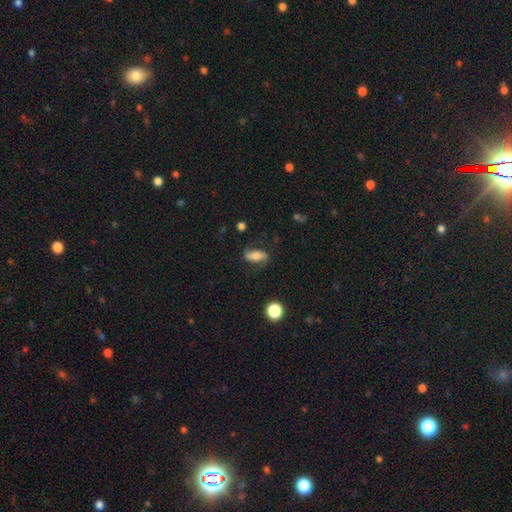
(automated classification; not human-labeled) This is possibly a smooth galaxy (50%). How rounded: likely in between (78%). Merging: likely none (73%).